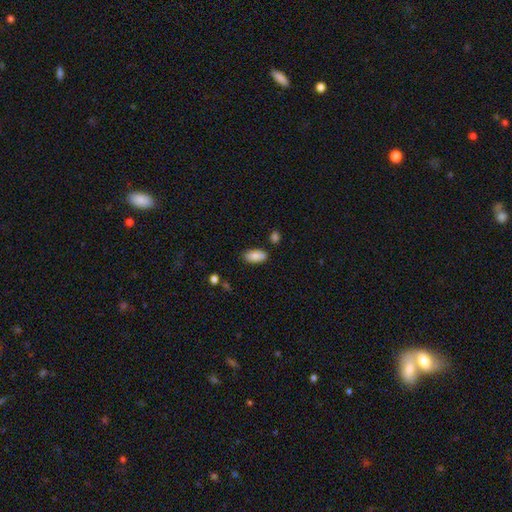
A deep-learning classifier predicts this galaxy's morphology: Overall: smooth (83%). How rounded: in between (92%). Merging: none (78%).